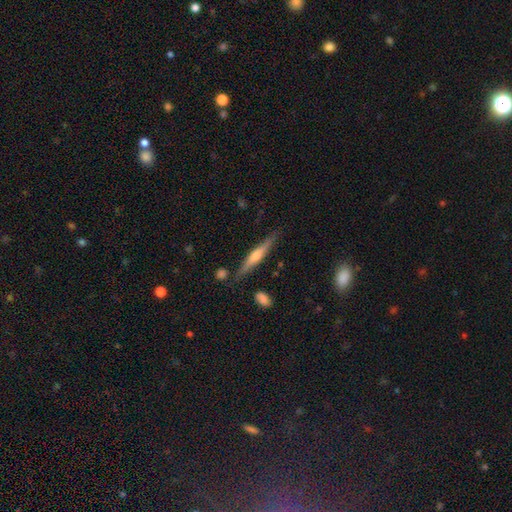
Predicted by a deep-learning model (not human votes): featured or disk 66%, smooth 29%, star or artifact 6%. Down the decision tree: edge-on disk — yes (97%); edge-on bulge — rounded (81%); merging — none (84%).